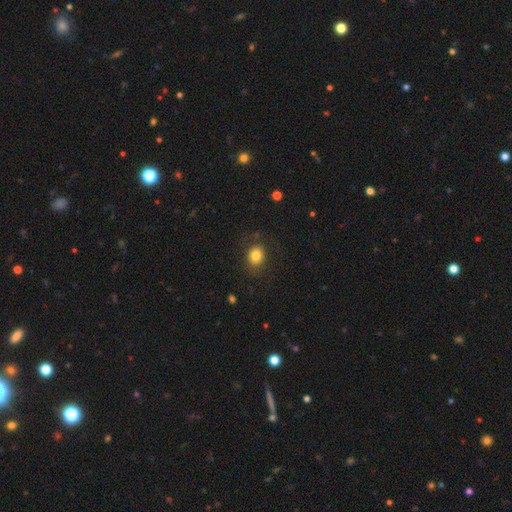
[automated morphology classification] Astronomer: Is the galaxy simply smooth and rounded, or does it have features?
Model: smooth — 82%.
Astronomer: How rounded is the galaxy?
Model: in between — 54% (runner-up: round, 45%).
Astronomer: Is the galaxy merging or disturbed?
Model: none — 81%.